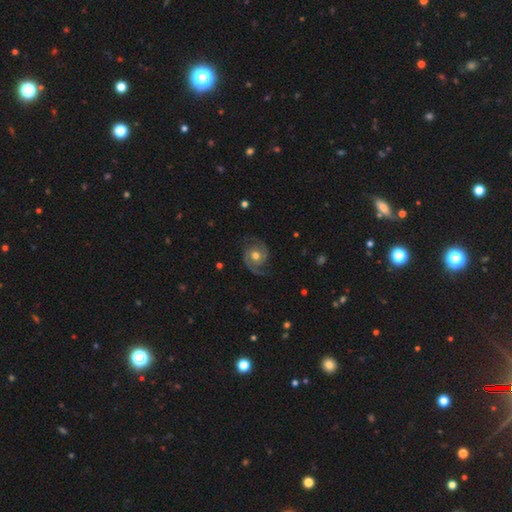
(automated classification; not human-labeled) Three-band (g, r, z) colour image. It shows a featured or disk galaxy (88%) with no bar (73%), 2 (91%) medium (48%) spiral arms (98%) and a moderate central bulge (79%). Merging: none (80%).